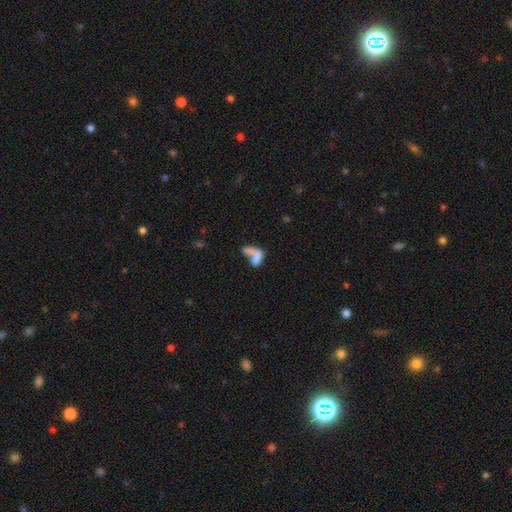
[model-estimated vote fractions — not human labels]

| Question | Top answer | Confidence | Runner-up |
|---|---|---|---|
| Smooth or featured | smooth | 62% | featured or disk (27%) |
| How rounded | in between | 78% | round (11%) |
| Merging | merger | 57% | none (17%) |